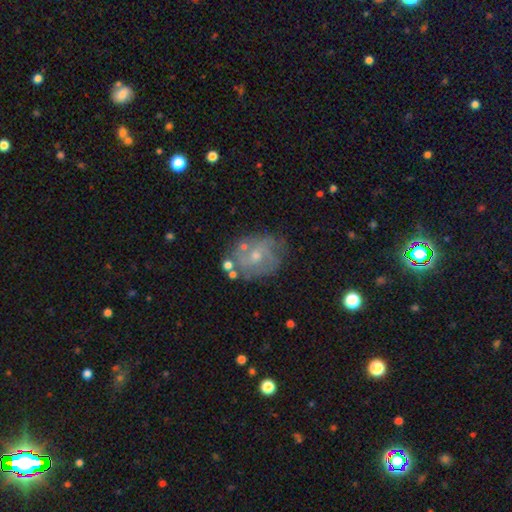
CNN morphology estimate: Smooth or featured: featured or disk — 69% (smooth — 21%)
Edge-on disk: no — 97% (yes — 3%)
Bar: no — 66% (weak — 29%)
Spiral arms: yes — 77% (no — 23%)
Spiral winding: medium — 41% (tight — 40%)
Spiral arm count: can't tell — 38% (2 — 32%)
Bulge size: small — 61% (moderate — 34%)
Merging: none — 65% (minor disturbance — 21%)